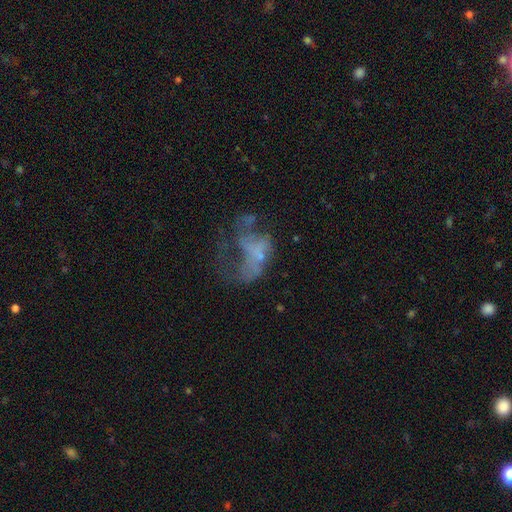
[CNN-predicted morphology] Smooth or featured?
  - featured or disk: 55% *
  - smooth: 25%
  - star or artifact: 20%
Edge-on disk?
  - no: 98% *
  - yes: 2%
Bar?
  - no: 88% *
  - weak: 10%
  - strong: 2%
Spiral arms?
  - no: 85% *
  - yes: 15%
Bulge size?
  - none: 68% *
  - small: 22%
  - moderate: 7%
  - large: 2%
  - dominant: 1%
Merging?
  - major disturbance: 54% *
  - none: 23%
  - minor disturbance: 12%
  - merger: 11%